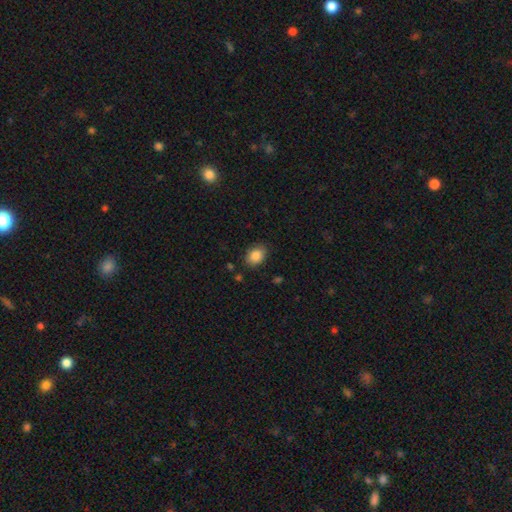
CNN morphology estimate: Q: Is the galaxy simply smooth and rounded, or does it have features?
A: smooth — 87%.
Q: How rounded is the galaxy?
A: in between — 72%.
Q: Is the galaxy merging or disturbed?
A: none — 84%.